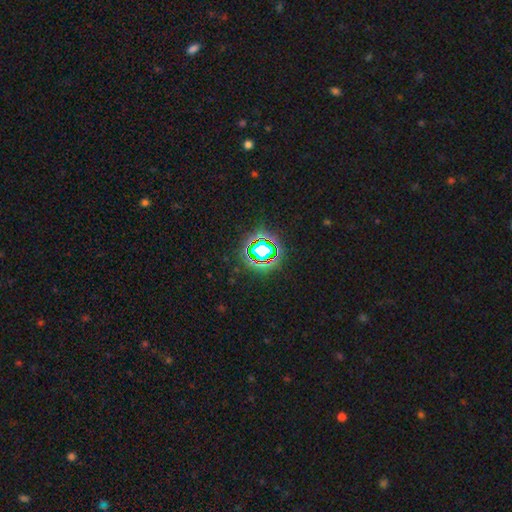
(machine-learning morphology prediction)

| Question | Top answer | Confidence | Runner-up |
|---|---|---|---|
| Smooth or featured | star or artifact | 76% | smooth (15%) |